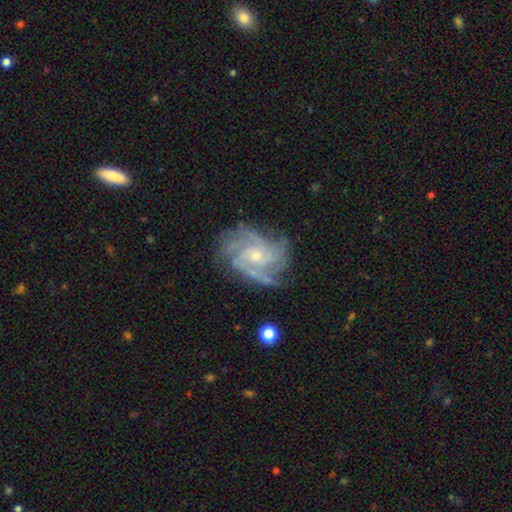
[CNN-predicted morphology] type=featured or disk (87%); edge-on=no (98%); bar=no (69%); spiral arms=yes (96%); winding=tight (46%); arm count=4 (28%); bulge=small (69%); merging=none (68%).